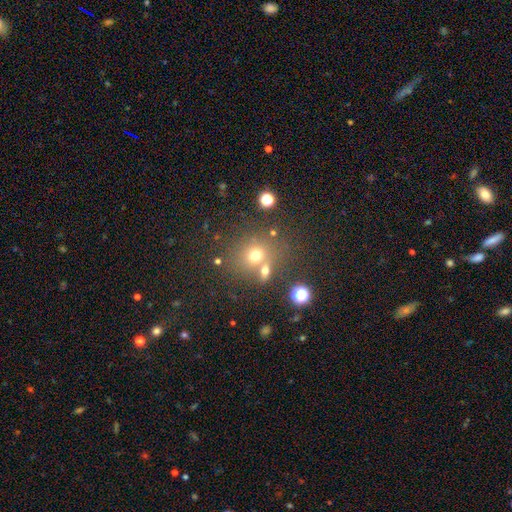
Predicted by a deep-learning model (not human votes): Overall: smooth (66%). How rounded: round (78%). Merging: none (61%; merger 23%).